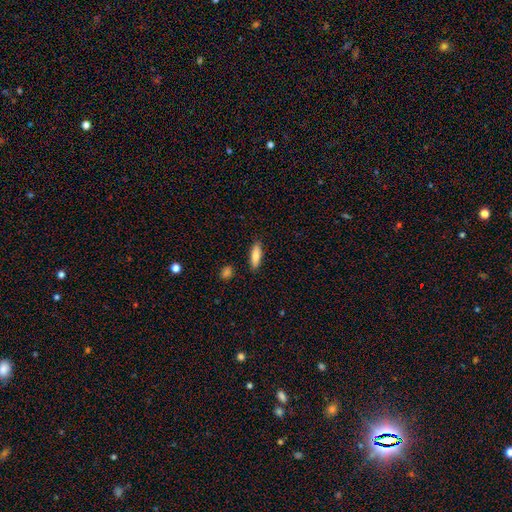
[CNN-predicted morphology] The model was most divided on "how rounded": cigar-shaped: 52%, in between: 46%, round: 2%. More confident: merging — none (87%); smooth or featured — smooth (81%).